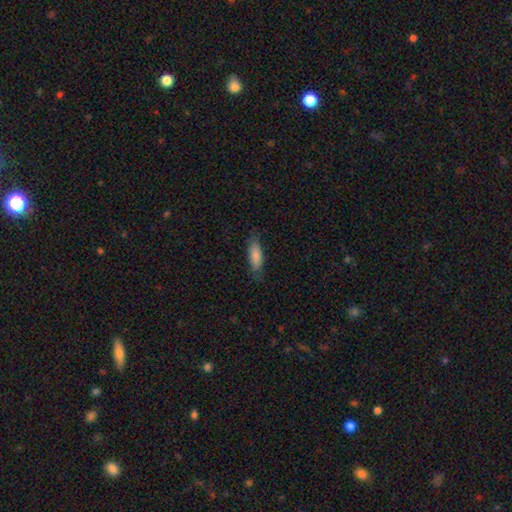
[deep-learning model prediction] smooth-or-featured: smooth: 84% | featured or disk: 10% | star or artifact: 6%
  how-rounded: in between: 57% | cigar-shaped: 41% | round: 2%
  merging: none: 78% | minor disturbance: 17% | major disturbance: 4% | merger: 1%